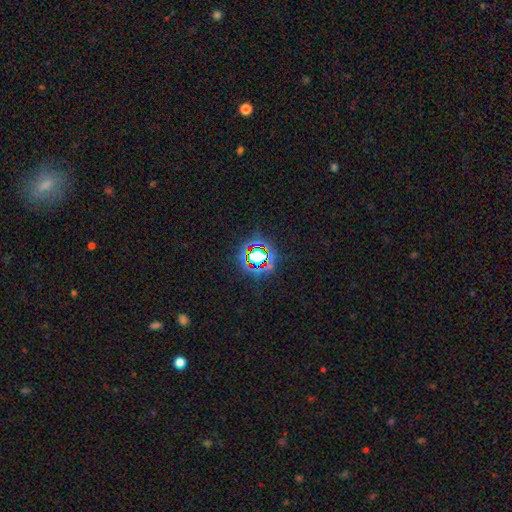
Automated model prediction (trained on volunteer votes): The model was most divided on "smooth or featured": star or artifact: 69%, smooth: 20%, featured or disk: 11%.